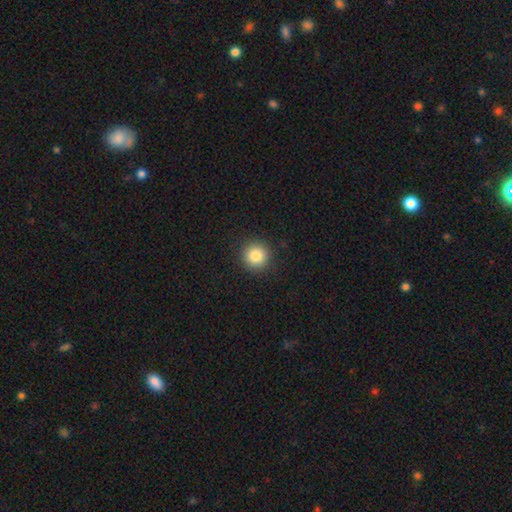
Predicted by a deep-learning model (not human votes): Smooth or featured: smooth — 84% (star or artifact — 10%)
How rounded: round — 95% (in between — 4%)
Merging: none — 91% (minor disturbance — 6%)